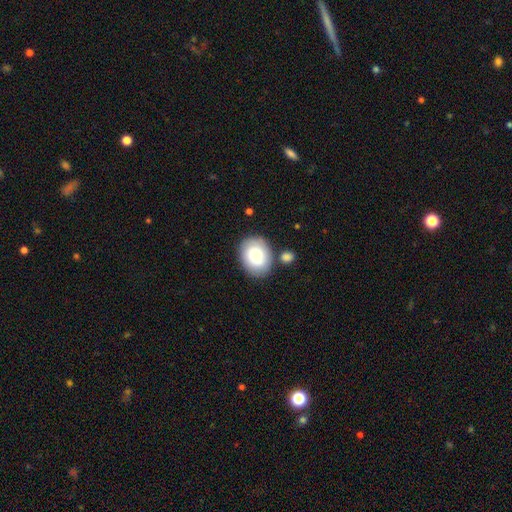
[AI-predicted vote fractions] Overall: smooth (79%). How rounded: in between (50%; round 49%). Merging: none (72%).